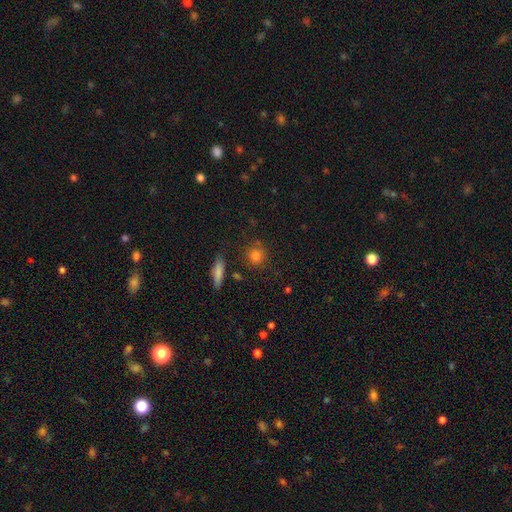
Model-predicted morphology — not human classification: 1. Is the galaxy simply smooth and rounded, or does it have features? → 80% smooth, 12% star or artifact, 8% featured or disk.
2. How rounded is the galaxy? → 85% round, 12% in between, 3% cigar-shaped.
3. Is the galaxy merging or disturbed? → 81% none, 11% minor disturbance, 5% merger, 4% major disturbance.